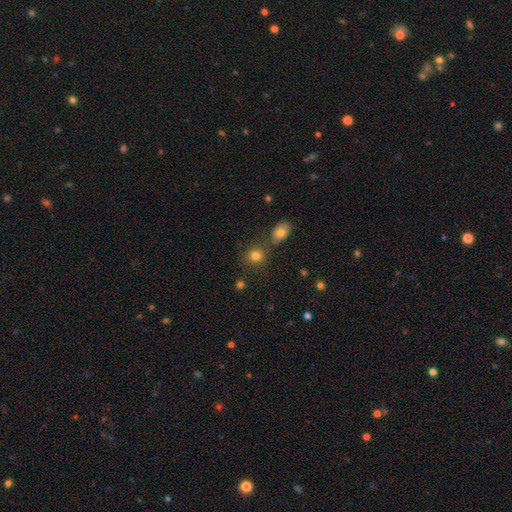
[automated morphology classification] Overall: smooth (80%). How rounded: round (80%). Merging: none (69%).